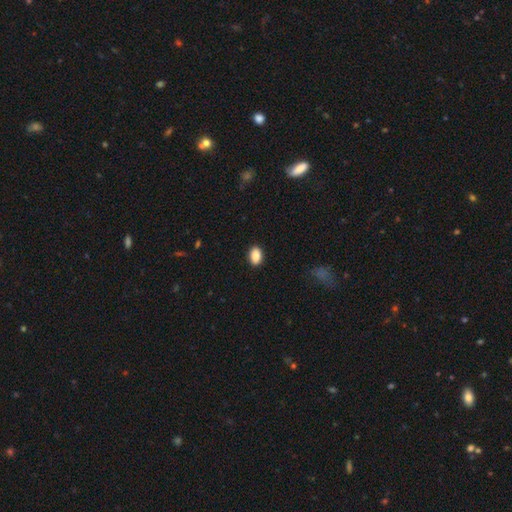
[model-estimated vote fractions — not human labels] Smooth or featured? smooth (89%)
How rounded? in between (86%)
Merging? none (90%)